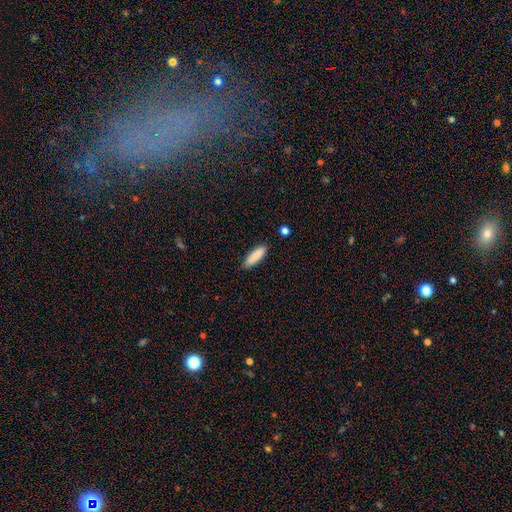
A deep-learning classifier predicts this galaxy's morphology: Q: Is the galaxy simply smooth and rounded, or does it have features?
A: smooth — 87%.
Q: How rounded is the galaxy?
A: cigar-shaped — 50%.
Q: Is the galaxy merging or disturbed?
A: none — 85%.